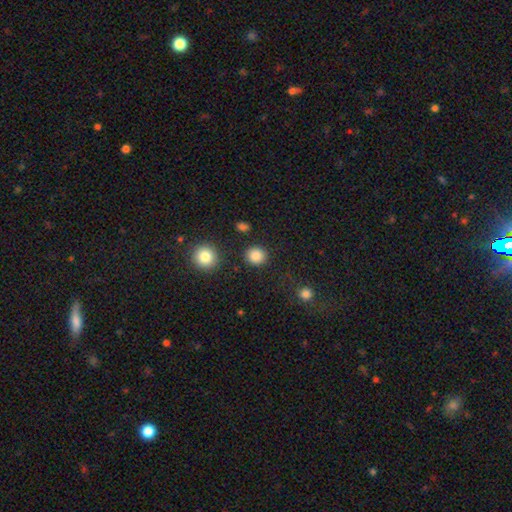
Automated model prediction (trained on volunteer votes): Smooth or featured?
  - smooth: 86% *
  - star or artifact: 10%
  - featured or disk: 4%
How rounded?
  - round: 90% *
  - in between: 9%
  - cigar-shaped: 1%
Merging?
  - none: 88% *
  - minor disturbance: 6%
  - major disturbance: 3%
  - merger: 2%